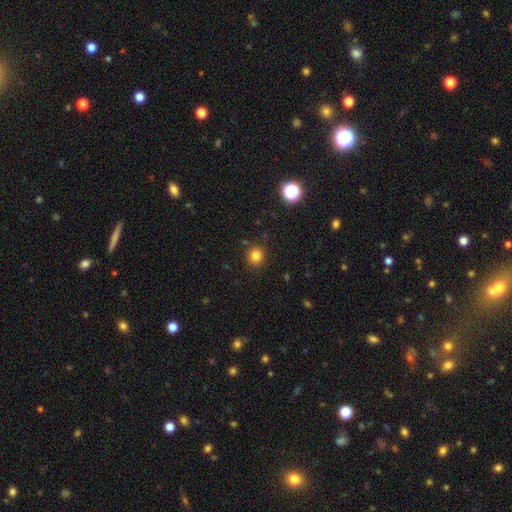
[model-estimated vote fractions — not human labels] Q: Smooth or featured?
A: smooth (82%); runner-up: star or artifact (13%)
Q: How rounded?
A: round (88%); runner-up: in between (11%)
Q: Merging?
A: none (88%); runner-up: minor disturbance (8%)